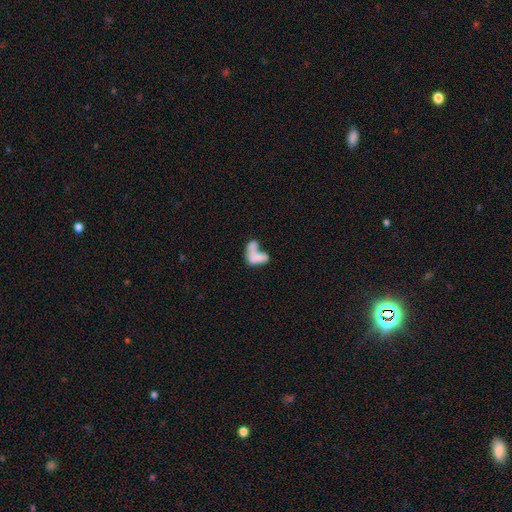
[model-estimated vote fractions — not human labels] A smooth galaxy with no disk features (55%) that is in between round and cigar-shaped (85%).

Vote fractions:
- Smooth or featured? smooth: 55% / featured or disk: 35% / star or artifact: 10%
- How rounded? in between: 85% / round: 10% / cigar-shaped: 5%
- Merging? merger: 63% / major disturbance: 15% / none: 14% / minor disturbance: 8%